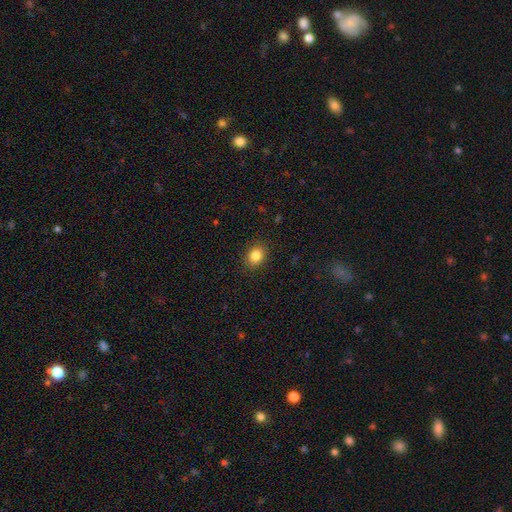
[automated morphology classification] Smooth or featured? smooth (85%)
How rounded? in between (51%)
Merging? none (89%)